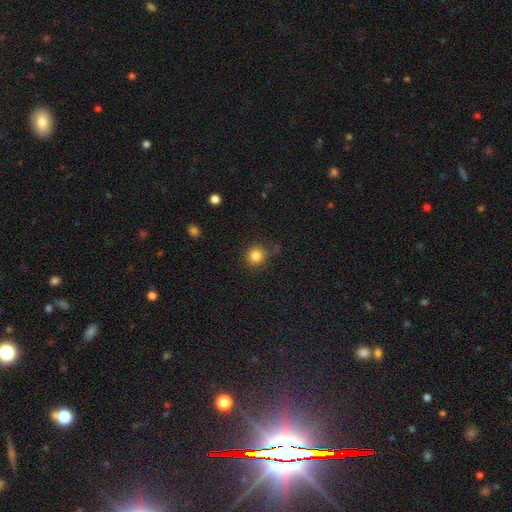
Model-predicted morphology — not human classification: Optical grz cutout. It shows a smooth galaxy with no disk features (84%) that is round (91%). Merging: none (81%).